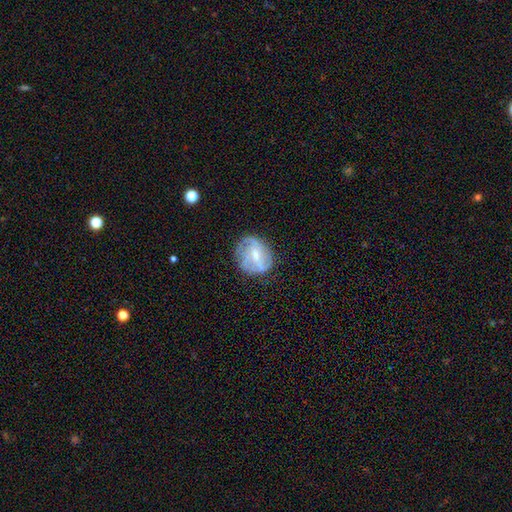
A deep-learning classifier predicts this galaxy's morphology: This appears to be a featured or disk galaxy (65%) with a weak bar (52%), spiral arms (76%) and a small central bulge (45%). Merging: none (64%).